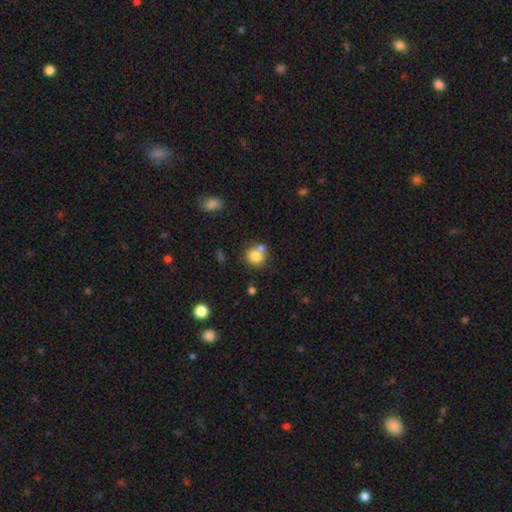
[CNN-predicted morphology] A smooth galaxy with no disk features (79%) that is round (81%).

Vote fractions:
- Smooth or featured? smooth: 79% / star or artifact: 10% / featured or disk: 10%
- How rounded? round: 81% / in between: 18% / cigar-shaped: 1%
- Merging? none: 52% / merger: 33% / minor disturbance: 11% / major disturbance: 4%